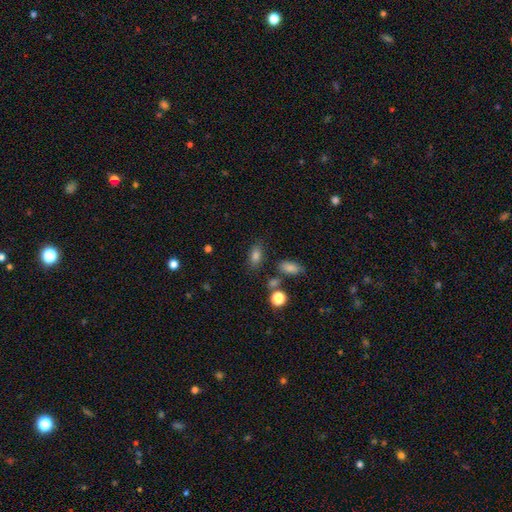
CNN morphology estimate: This appears to be a smooth galaxy with no disk features (80%) that is in between round and cigar-shaped (84%). Merging: none (74%).